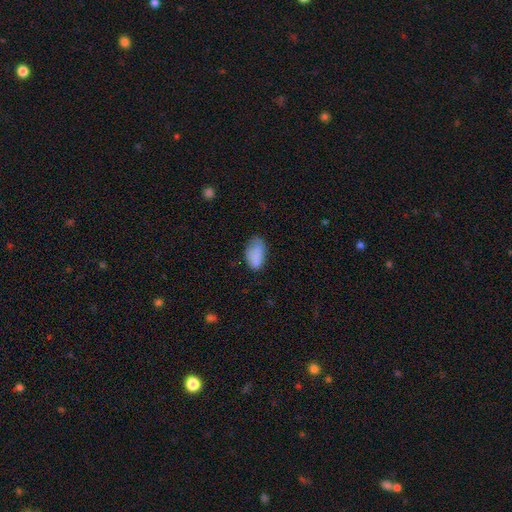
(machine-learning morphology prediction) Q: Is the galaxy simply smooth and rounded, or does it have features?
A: smooth — 84%.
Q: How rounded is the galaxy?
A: in between — 94%.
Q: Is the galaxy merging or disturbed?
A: none — 50%.